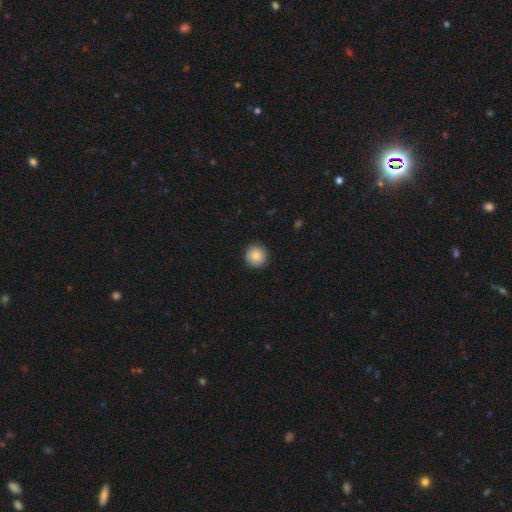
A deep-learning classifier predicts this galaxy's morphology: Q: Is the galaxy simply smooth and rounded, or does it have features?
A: smooth — 85%.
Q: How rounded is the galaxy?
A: round — 95%.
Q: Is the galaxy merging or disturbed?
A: none — 89%.